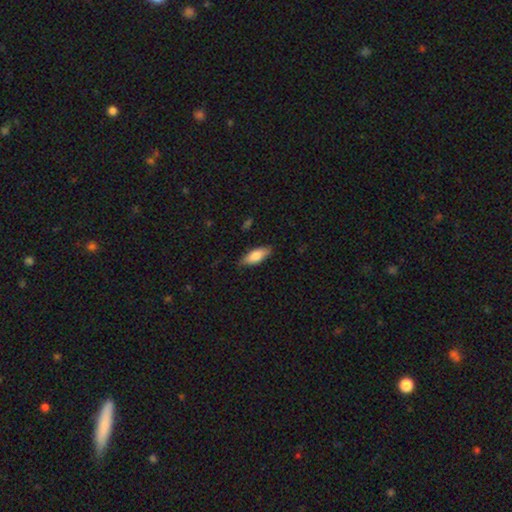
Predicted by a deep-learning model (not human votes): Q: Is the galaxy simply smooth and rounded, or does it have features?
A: smooth — 81%.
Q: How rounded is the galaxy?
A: in between — 76%.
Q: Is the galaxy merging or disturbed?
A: none — 81%.